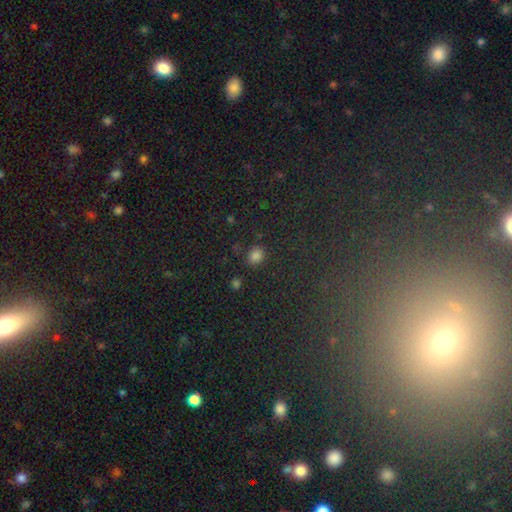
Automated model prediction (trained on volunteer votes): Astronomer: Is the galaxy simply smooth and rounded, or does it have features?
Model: smooth — 76%.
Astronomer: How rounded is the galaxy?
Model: round — 56% (runner-up: in between, 42%).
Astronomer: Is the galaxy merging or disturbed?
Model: none — 79%.